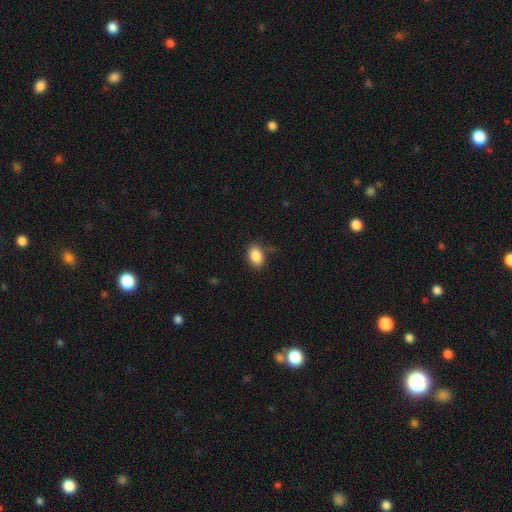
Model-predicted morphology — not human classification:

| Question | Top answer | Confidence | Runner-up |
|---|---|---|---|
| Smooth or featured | smooth | 87% | star or artifact (8%) |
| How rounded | in between | 81% | round (17%) |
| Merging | none | 81% | minor disturbance (14%) |